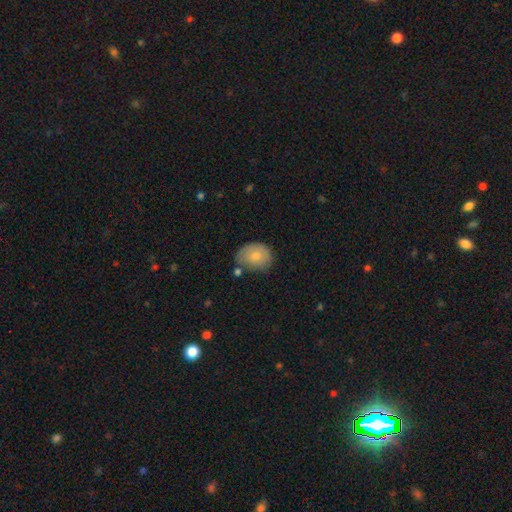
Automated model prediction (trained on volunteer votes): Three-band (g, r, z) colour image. It shows a smooth galaxy with no disk features (73%) that is in between round and cigar-shaped (55%). Merging: none (56%).